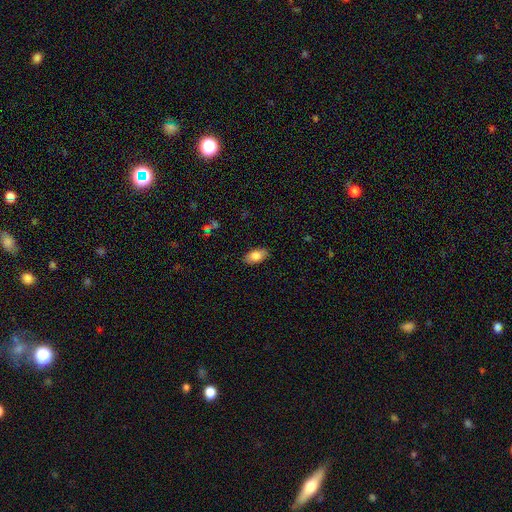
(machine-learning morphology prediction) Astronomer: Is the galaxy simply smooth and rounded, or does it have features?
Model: smooth — 83%.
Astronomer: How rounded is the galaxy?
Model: in between — 92%.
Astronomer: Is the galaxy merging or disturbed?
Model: none — 85%.